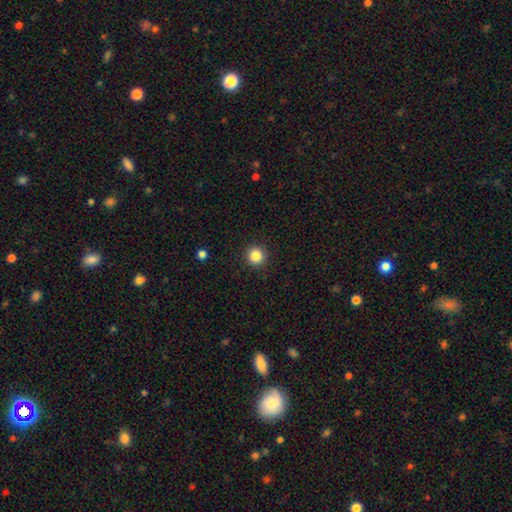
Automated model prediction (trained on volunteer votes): Q: Smooth or featured?
A: smooth (85%); runner-up: star or artifact (11%)
Q: How rounded?
A: round (95%); runner-up: in between (4%)
Q: Merging?
A: none (93%); runner-up: minor disturbance (5%)